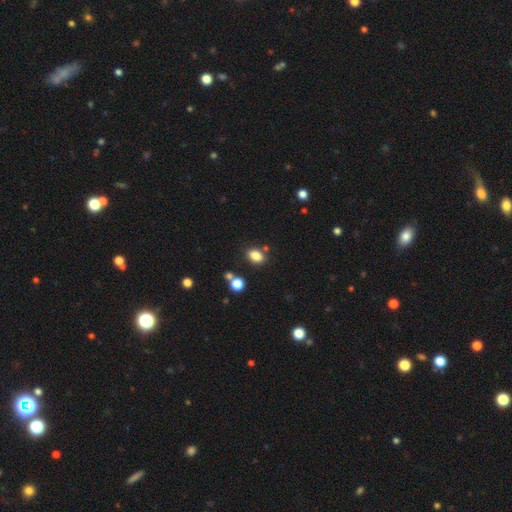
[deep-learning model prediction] A smooth galaxy with no disk features (84%) that is in between round and cigar-shaped (80%).

Vote fractions:
- Smooth or featured? smooth: 84% / star or artifact: 11% / featured or disk: 5%
- How rounded? in between: 80% / round: 18% / cigar-shaped: 2%
- Merging? none: 78% / minor disturbance: 11% / merger: 8% / major disturbance: 3%